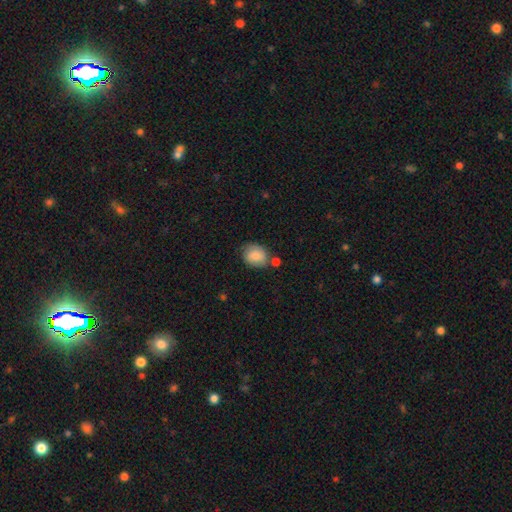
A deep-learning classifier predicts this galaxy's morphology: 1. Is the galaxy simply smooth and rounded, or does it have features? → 80% smooth, 12% featured or disk, 8% star or artifact.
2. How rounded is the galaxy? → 55% round, 44% in between, 1% cigar-shaped.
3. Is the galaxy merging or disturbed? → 64% none, 19% minor disturbance, 13% merger, 5% major disturbance.